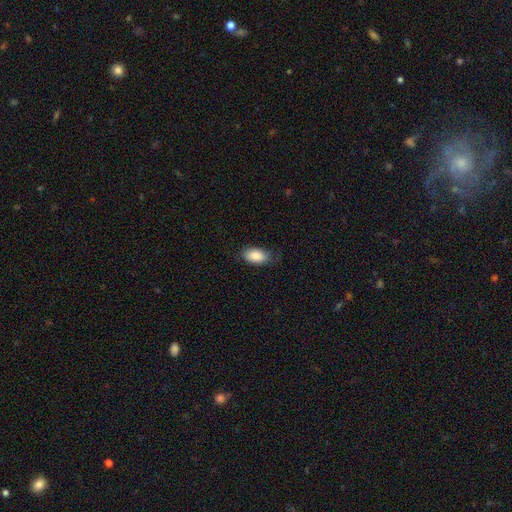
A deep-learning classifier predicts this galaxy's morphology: This is clearly a smooth galaxy (87%). How rounded: clearly in between (93%). Merging: likely none (71%).